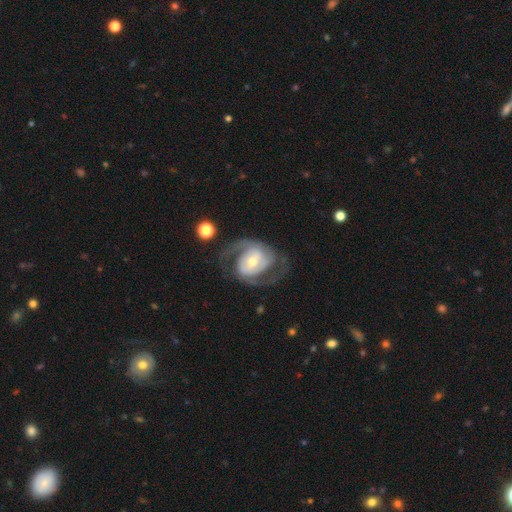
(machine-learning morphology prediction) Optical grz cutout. It shows a featured or disk galaxy (71%) with a weak bar (44%), 2 (71%) medium (44%) spiral arms (85%) and a moderate central bulge (47%). Merging: none (68%).